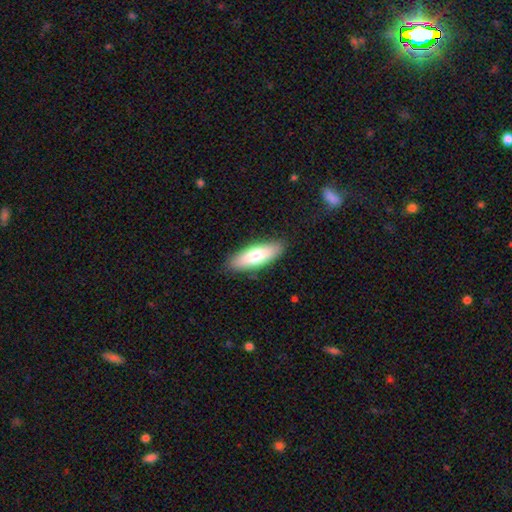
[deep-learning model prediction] Smooth or featured?
  - smooth: 72% *
  - featured or disk: 23%
  - star or artifact: 6%
How rounded?
  - in between: 60% *
  - cigar-shaped: 38%
  - round: 2%
Merging?
  - none: 87% *
  - minor disturbance: 9%
  - major disturbance: 2%
  - merger: 1%